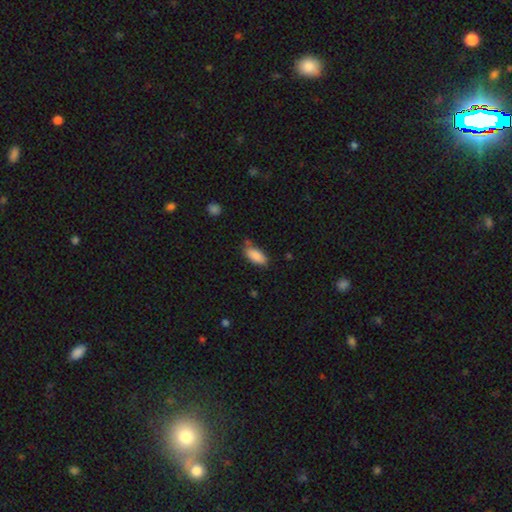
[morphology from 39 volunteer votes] Volunteers were most divided on "merging": none: 59%, minor disturbance: 32%, merger: 5%, major disturbance: 3%. More confident: smooth or featured — smooth (87%); how rounded — in between (85%).